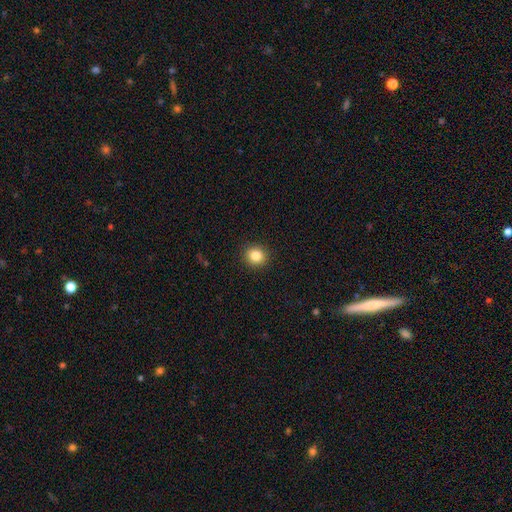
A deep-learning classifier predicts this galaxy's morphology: A smooth galaxy with no disk features (84%) that is round (85%). Merging: none (92%).